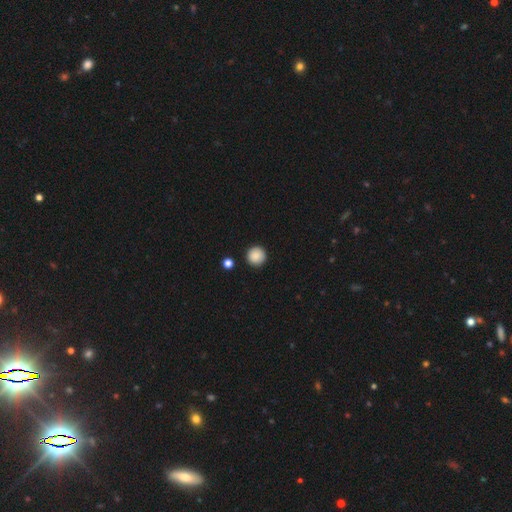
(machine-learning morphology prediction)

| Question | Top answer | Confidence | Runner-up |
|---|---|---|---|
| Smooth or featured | smooth | 88% | star or artifact (8%) |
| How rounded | round | 96% | in between (3%) |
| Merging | none | 92% | minor disturbance (5%) |